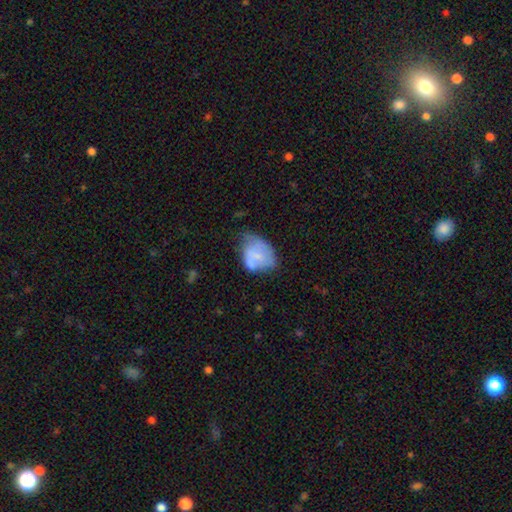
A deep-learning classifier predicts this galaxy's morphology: The model was most divided on "merging": minor disturbance: 38%, none: 28%, major disturbance: 26%, merger: 8%. More confident: how rounded — in between (61%); smooth or featured — smooth (60%).